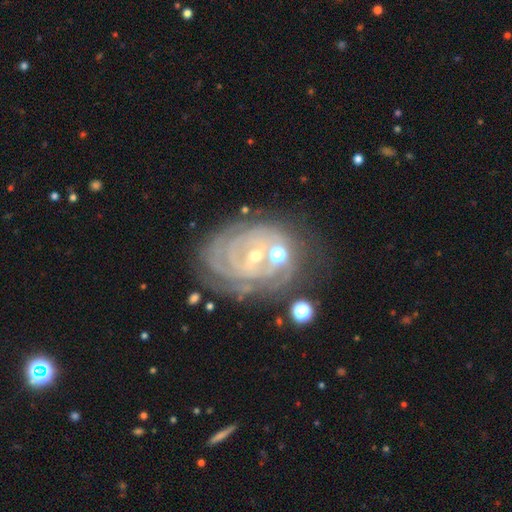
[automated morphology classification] Overall: featured or disk (84%). Edge-on disk: no (97%). Bar: weak (43%; no 36%). Spiral arms: yes (94%). Spiral arm count: can't tell (33%; 3 21%). Spiral winding: tight (75%). Bulge size: small (65%; moderate 30%). Merging: none (60%).